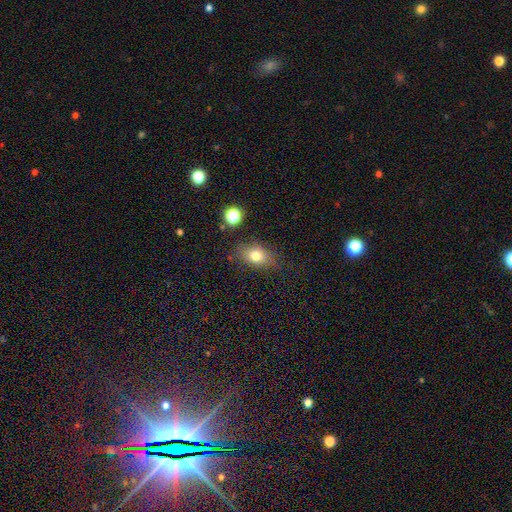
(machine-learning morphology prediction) smooth_or_featured: smooth (p=0.76) [alt: star or artifact p=0.12]
how_rounded: in between (p=0.71) [alt: round p=0.26]
merging: none (p=0.75) [alt: minor disturbance p=0.17]